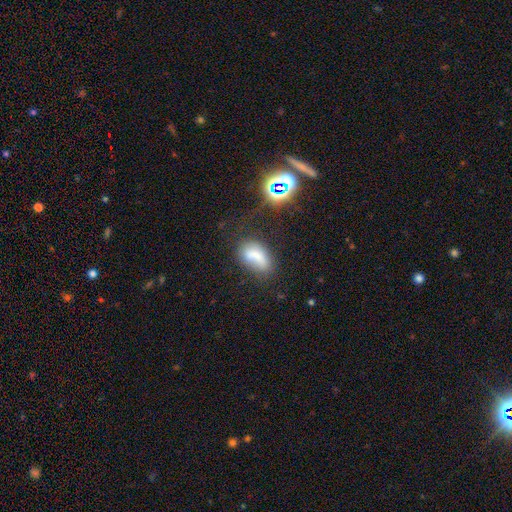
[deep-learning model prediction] smooth 68%, featured or disk 18%, star or artifact 14%. Down the decision tree: how rounded — in between (87%); merging — none (44%).